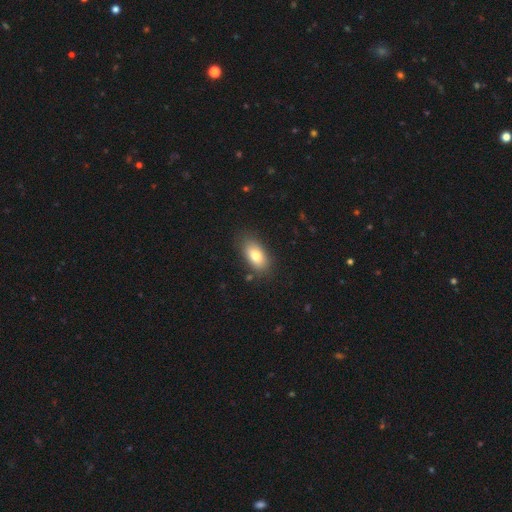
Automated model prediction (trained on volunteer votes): Q: Smooth or featured?
A: smooth (79%); runner-up: featured or disk (14%)
Q: How rounded?
A: in between (91%); runner-up: round (5%)
Q: Merging?
A: none (82%); runner-up: minor disturbance (13%)